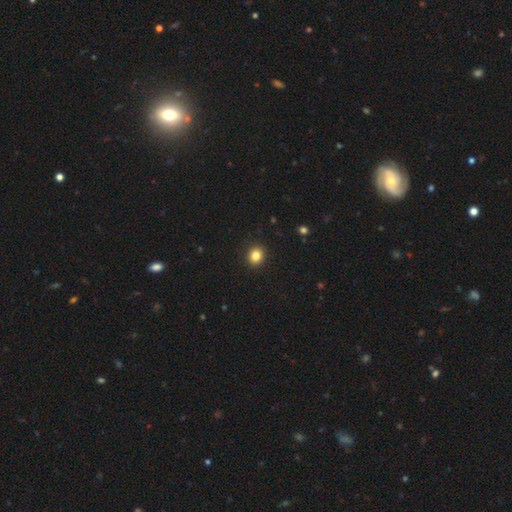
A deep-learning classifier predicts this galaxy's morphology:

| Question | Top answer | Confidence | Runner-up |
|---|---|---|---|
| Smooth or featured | smooth | 84% | star or artifact (11%) |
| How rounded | round | 76% | in between (23%) |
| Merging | none | 92% | minor disturbance (5%) |